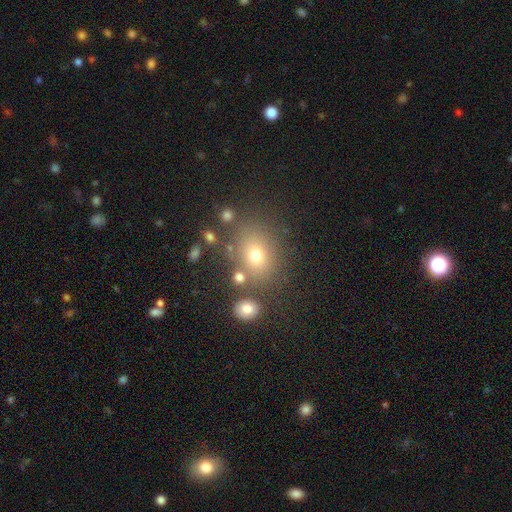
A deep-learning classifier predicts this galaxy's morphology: type=smooth (67%); roundness=round (53%); merging=none (73%).